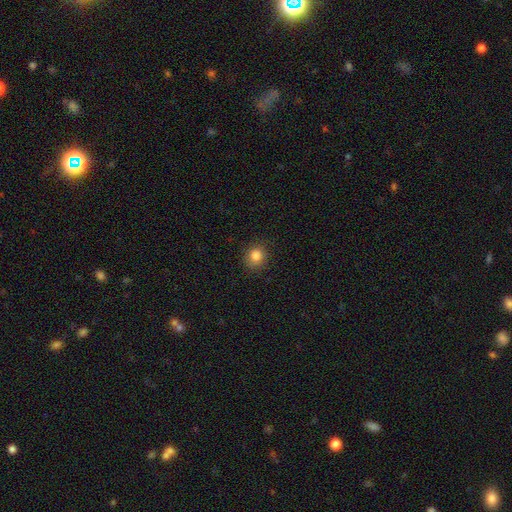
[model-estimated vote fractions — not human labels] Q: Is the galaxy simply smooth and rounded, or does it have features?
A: smooth — 84%.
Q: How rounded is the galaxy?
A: round — 81%.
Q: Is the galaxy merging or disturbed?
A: none — 86%.